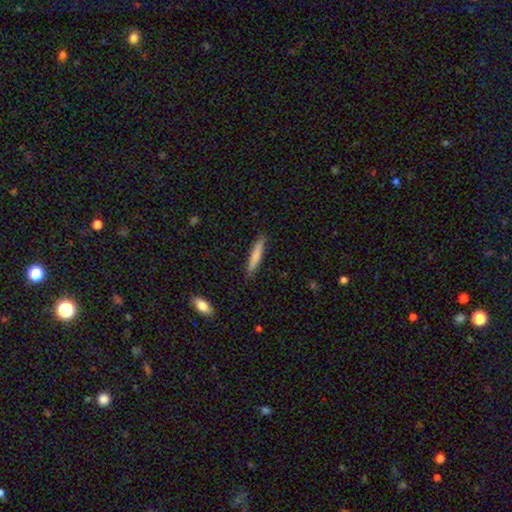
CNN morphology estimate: Q: Smooth or featured?
A: smooth (79%); runner-up: featured or disk (15%)
Q: How rounded?
A: cigar-shaped (89%); runner-up: in between (9%)
Q: Merging?
A: none (87%); runner-up: minor disturbance (10%)